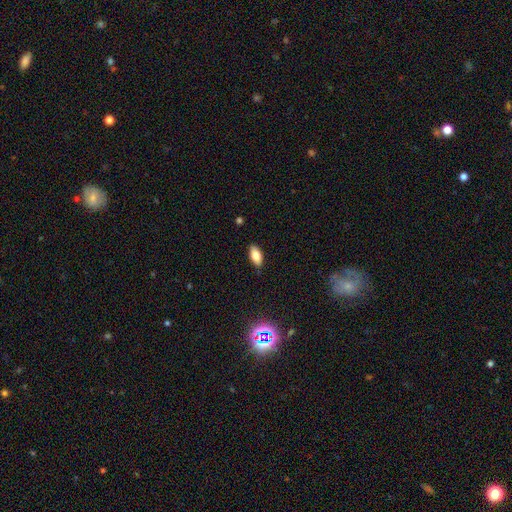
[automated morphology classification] Overall: smooth (76%). How rounded: in between (88%). Merging: none (87%).